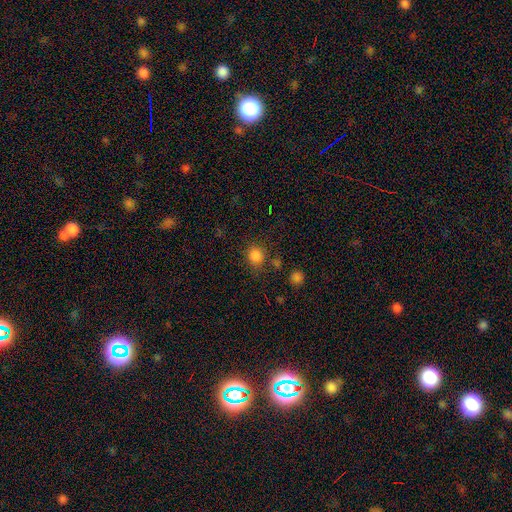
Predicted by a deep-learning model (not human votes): Smooth or featured?
  - smooth: 82% *
  - star or artifact: 14%
  - featured or disk: 4%
How rounded?
  - round: 80% *
  - in between: 19%
  - cigar-shaped: 1%
Merging?
  - none: 75% *
  - minor disturbance: 13%
  - merger: 7%
  - major disturbance: 5%